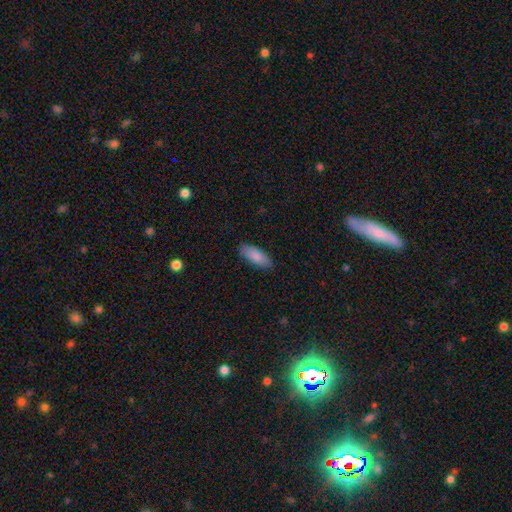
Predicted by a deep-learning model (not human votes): This is clearly a smooth galaxy (87%). How rounded: likely in between (77%). Merging: clearly none (86%).